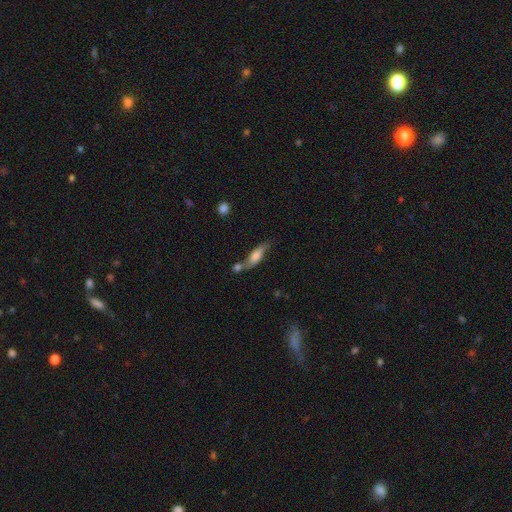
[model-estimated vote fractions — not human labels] Smooth or featured? Predicted: smooth (p=0.51). How rounded? Predicted: cigar-shaped (p=0.51). Merging? Predicted: none (p=0.43).